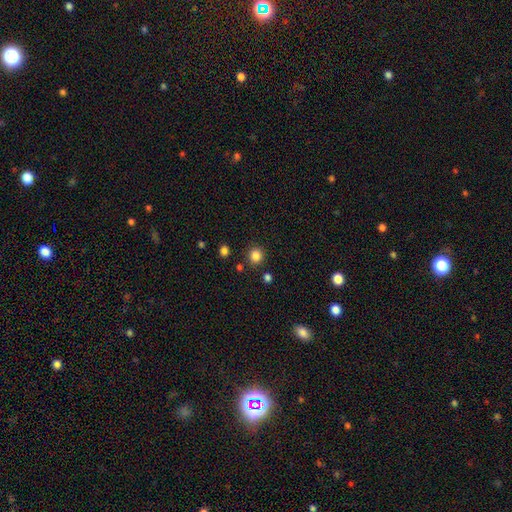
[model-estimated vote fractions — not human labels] A smooth galaxy with no disk features (84%) that is round (90%). Merging: none (87%).